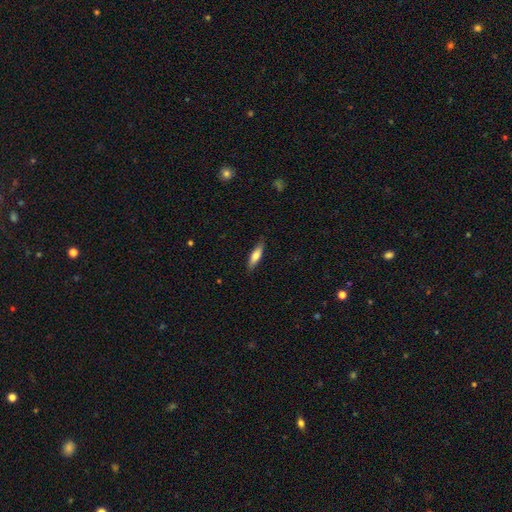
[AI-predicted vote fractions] Smooth or featured? smooth (68%)
How rounded? cigar-shaped (66%)
Merging? none (85%)